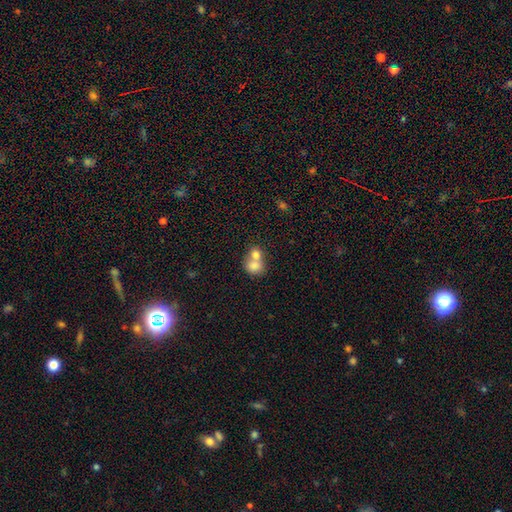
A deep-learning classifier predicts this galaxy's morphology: This appears to be a smooth galaxy with no disk features (77%) that is round (59%). Merging: merger (70%).